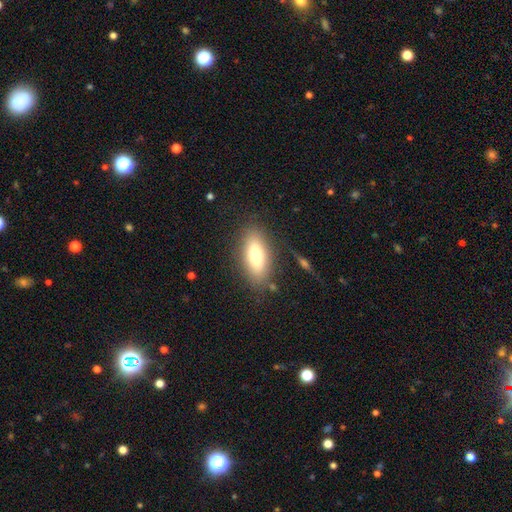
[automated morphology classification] This appears to be a smooth galaxy with no disk features (73%) that is in between round and cigar-shaped (77%). Merging: none (81%).